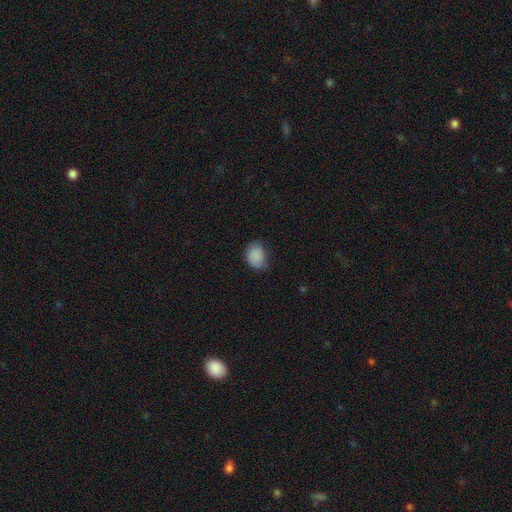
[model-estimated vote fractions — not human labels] A smooth galaxy with no disk features (87%) that is in between round and cigar-shaped (61%). Merging: none (62%).